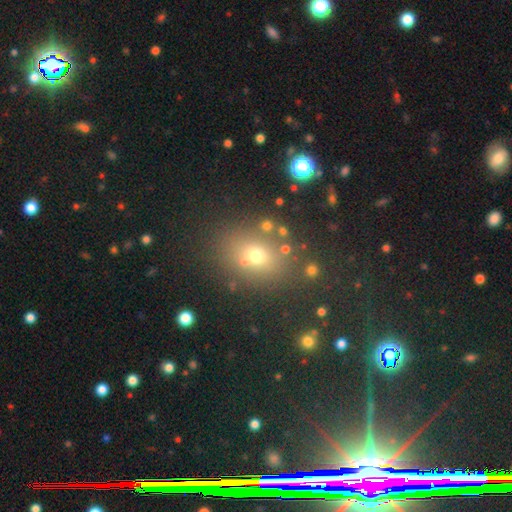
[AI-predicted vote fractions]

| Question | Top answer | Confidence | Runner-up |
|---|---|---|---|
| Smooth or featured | smooth | 64% | star or artifact (22%) |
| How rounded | round | 50% | in between (49%) |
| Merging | none | 75% | minor disturbance (12%) |